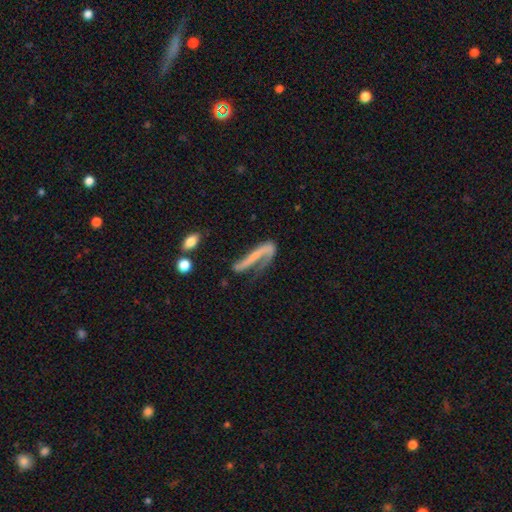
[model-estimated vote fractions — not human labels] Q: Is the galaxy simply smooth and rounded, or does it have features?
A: featured or disk — 62%.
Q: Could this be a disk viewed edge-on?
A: no — 72%.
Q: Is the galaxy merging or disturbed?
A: major disturbance — 39%.